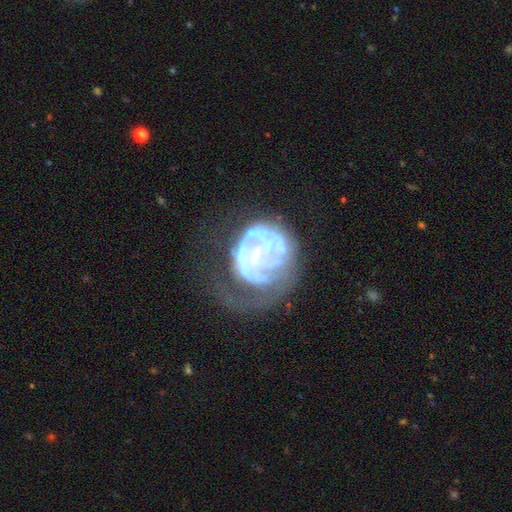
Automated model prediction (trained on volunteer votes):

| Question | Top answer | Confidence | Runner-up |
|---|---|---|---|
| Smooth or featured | featured or disk | 78% | smooth (13%) |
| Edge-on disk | no | 98% | yes (2%) |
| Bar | no | 72% | weak (21%) |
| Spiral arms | yes | 70% | no (30%) |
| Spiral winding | tight | 55% | medium (28%) |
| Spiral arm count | can't tell | 42% | 2 (19%) |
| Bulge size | small | 64% | moderate (20%) |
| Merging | major disturbance | 44% | none (31%) |